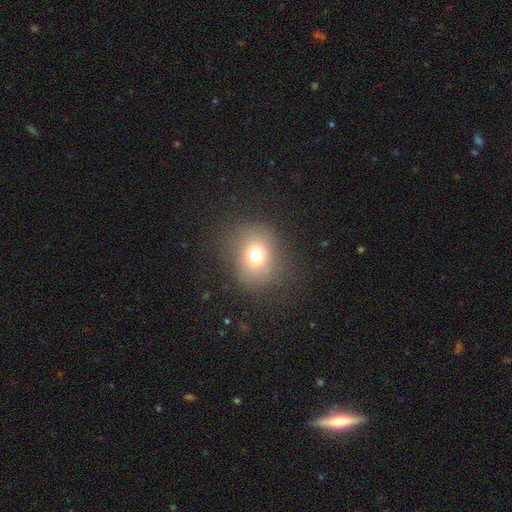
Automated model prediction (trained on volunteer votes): Morphology: type=smooth (71%); roundness=round (63%); merging=none (77%).